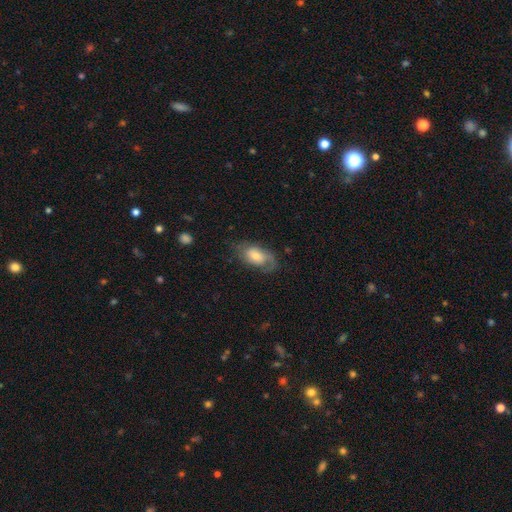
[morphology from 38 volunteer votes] Overall: featured or disk (63%; smooth 29%). Edge-on disk: no (92%). Bar: weak (55%; no 41%). Spiral arms: yes (95%). Spiral arm count: 1 (43%; 2 38%). Spiral winding: tight (52%; medium 33%). Bulge size: moderate (41%; small 32%). Merging: none (57%; minor disturbance 29%).